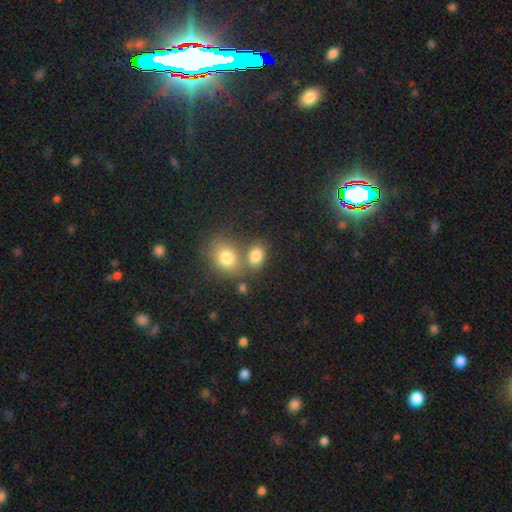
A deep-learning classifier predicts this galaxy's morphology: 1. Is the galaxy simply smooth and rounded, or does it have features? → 80% smooth, 11% star or artifact, 8% featured or disk.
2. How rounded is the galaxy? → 63% in between, 35% round, 1% cigar-shaped.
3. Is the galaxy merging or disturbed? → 50% none, 36% merger, 10% minor disturbance, 4% major disturbance.